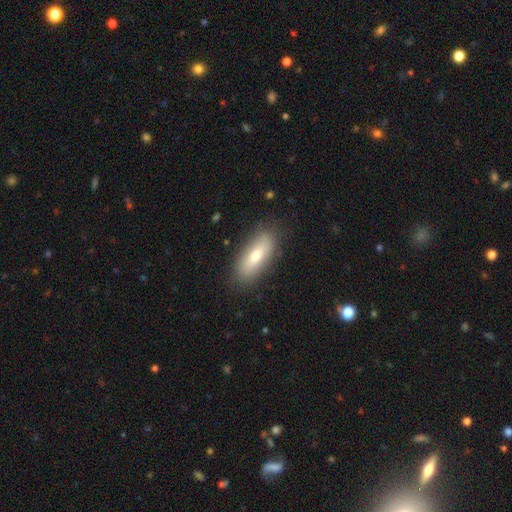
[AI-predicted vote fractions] Smooth or featured: smooth — 71% (featured or disk — 22%)
How rounded: in between — 74% (cigar-shaped — 23%)
Merging: none — 85% (minor disturbance — 11%)